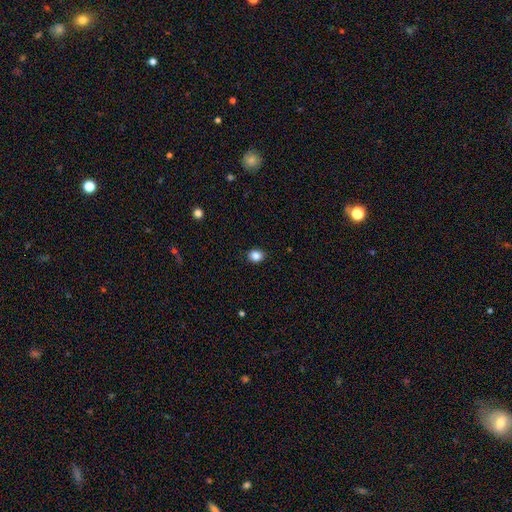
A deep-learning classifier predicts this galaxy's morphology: type=smooth (85%); roundness=round (64%); merging=none (89%).